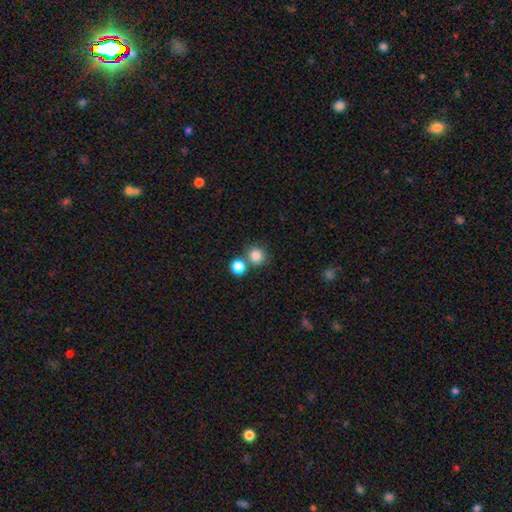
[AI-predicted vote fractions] This appears to be a smooth galaxy with no disk features (83%) that is round (88%). Merging: none (66%).